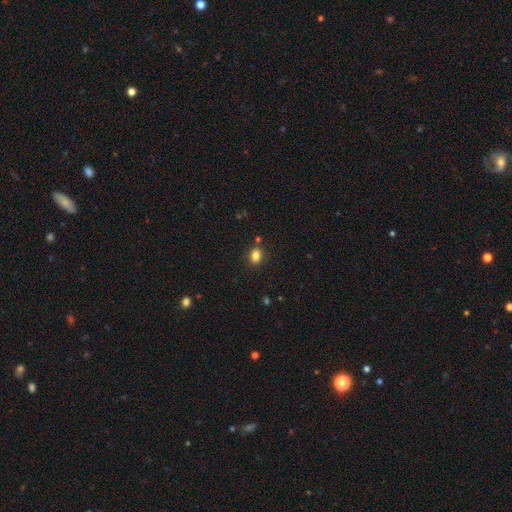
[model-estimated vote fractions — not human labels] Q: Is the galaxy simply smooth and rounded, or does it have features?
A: smooth — 84%.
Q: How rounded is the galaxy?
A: in between — 66%.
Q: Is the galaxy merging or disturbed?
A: none — 81%.